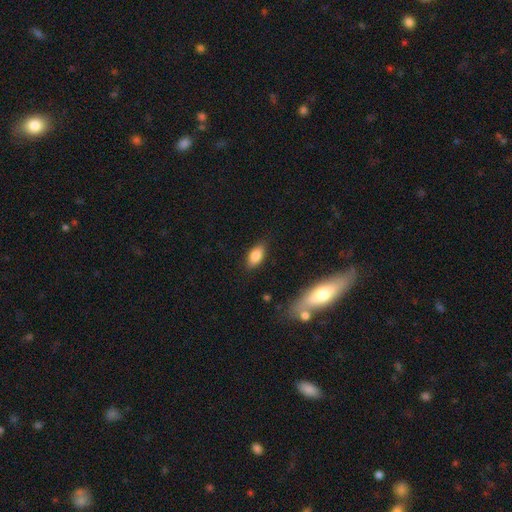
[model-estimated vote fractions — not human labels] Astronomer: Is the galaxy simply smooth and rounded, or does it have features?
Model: smooth — 82%.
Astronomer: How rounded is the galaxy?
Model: in between — 88%.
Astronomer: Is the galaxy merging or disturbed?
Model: none — 83%.